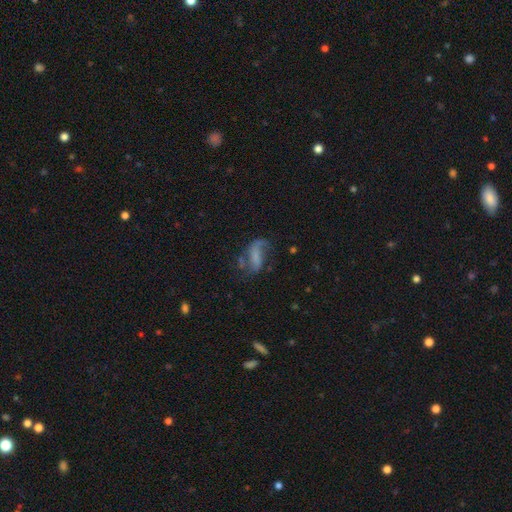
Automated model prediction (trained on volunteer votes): Q: Smooth or featured?
A: featured or disk (55%); runner-up: smooth (33%)
Q: Edge-on disk?
A: no (95%); runner-up: yes (5%)
Q: Bar?
A: no (44%); runner-up: weak (33%)
Q: Spiral arms?
A: yes (72%); runner-up: no (28%)
Q: Bulge size?
A: none (60%); runner-up: small (20%)
Q: Merging?
A: none (36%); runner-up: major disturbance (35%)